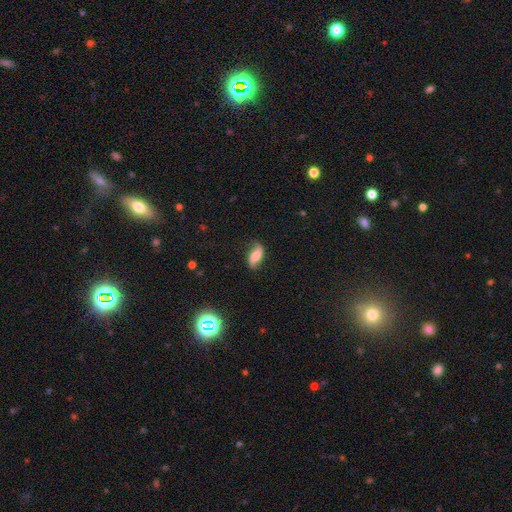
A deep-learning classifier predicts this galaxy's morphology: A featured or disk galaxy (50%). Merging: none (70%).